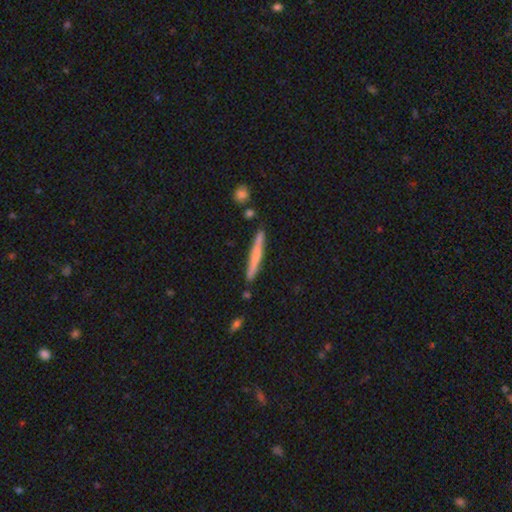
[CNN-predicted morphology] A smooth galaxy with no disk features (56%) that is cigar-shaped (96%).

Vote fractions:
- Smooth or featured? smooth: 56% / featured or disk: 39% / star or artifact: 6%
- How rounded? cigar-shaped: 96% / in between: 3% / round: 1%
- Merging? none: 84% / minor disturbance: 10% / merger: 4% / major disturbance: 2%